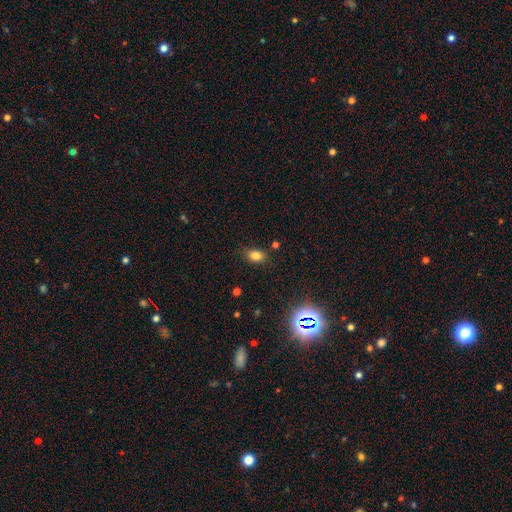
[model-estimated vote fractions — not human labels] This is likely a smooth galaxy (79%). How rounded: clearly in between (81%). Merging: likely none (80%).